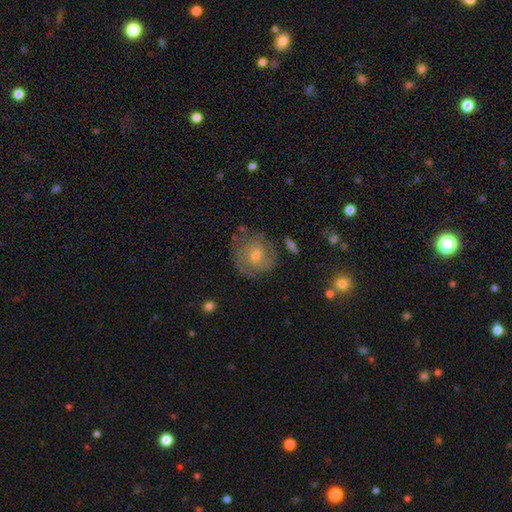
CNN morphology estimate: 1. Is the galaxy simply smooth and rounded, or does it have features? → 67% featured or disk, 25% smooth, 8% star or artifact.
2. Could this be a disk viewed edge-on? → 97% no, 3% yes.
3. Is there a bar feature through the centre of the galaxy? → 54% no, 39% weak, 6% strong.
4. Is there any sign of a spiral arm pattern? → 84% yes, 16% no.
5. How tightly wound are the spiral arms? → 55% tight, 34% medium, 11% loose.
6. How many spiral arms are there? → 40% can't tell, 31% 2, 14% 3, 7% 1, 5% 4, 4% more than 4.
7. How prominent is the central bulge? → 56% small, 39% moderate, 2% none, 2% large, 1% dominant.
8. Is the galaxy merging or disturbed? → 69% none, 19% minor disturbance, 9% major disturbance, 3% merger.